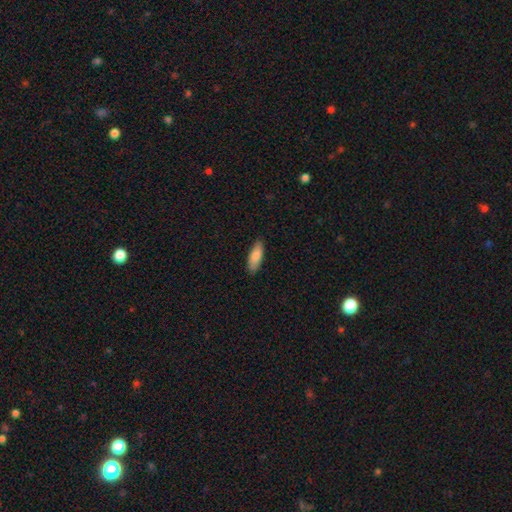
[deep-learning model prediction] Smooth or featured? smooth (85%)
How rounded? in between (67%)
Merging? none (87%)